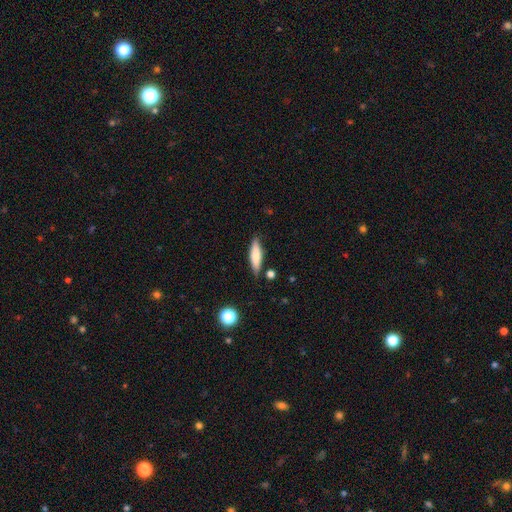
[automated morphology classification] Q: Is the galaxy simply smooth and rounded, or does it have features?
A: smooth — 70%.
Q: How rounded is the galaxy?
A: cigar-shaped — 67%.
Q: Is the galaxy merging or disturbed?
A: none — 82%.